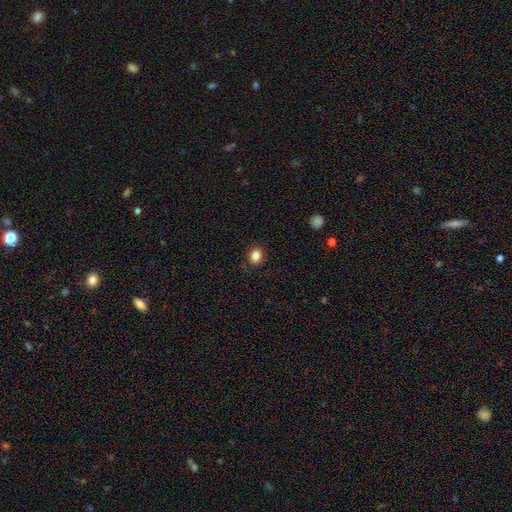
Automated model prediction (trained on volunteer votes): This is clearly a smooth galaxy (85%). How rounded: possibly in between (52%). Merging: clearly none (86%).